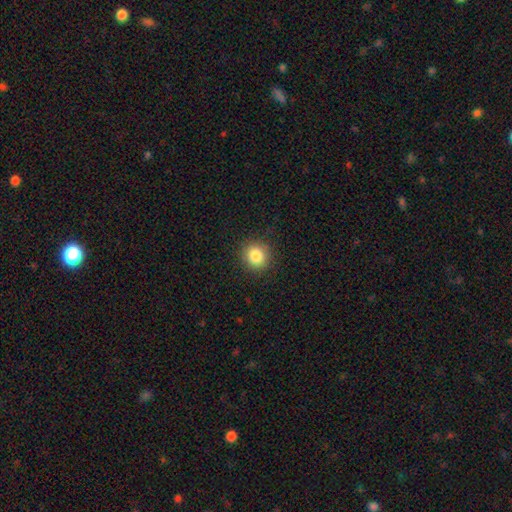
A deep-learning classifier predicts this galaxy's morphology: Smooth or featured? smooth (84%)
How rounded? round (87%)
Merging? none (90%)